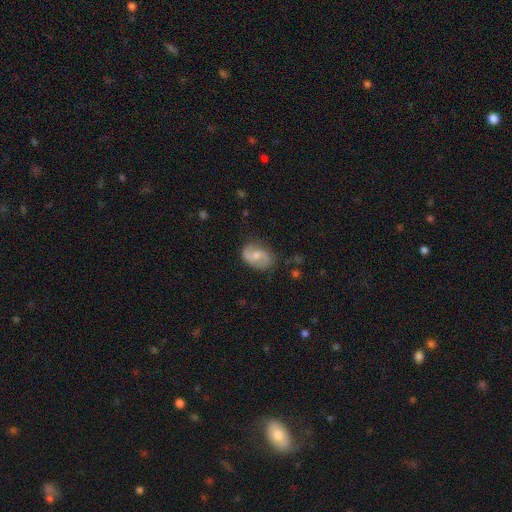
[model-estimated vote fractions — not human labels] Smooth or featured? featured or disk (58%)
Edge-on disk? no (97%)
Bar? no (46%)
Spiral arms? yes (89%)
Bulge size? moderate (47%)
Merging? none (71%)